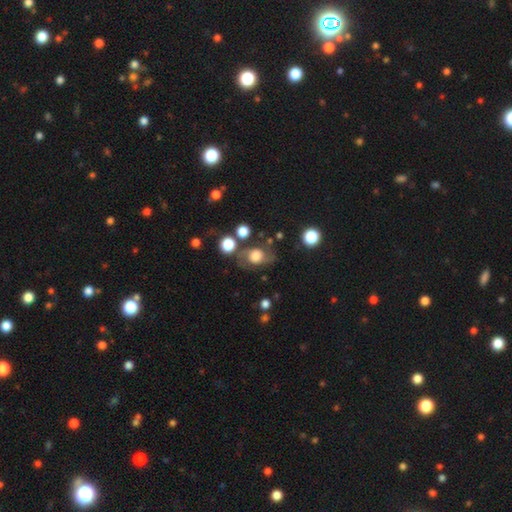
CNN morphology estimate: A smooth galaxy with no disk features (55%) that is round (50%). Merging: none (58%).